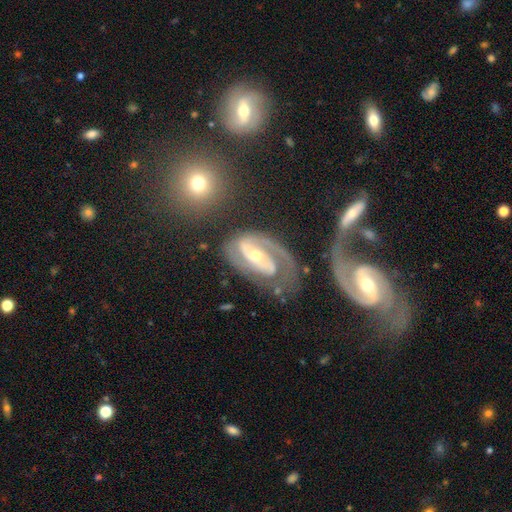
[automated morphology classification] smooth_or_featured: featured or disk (p=0.88) [alt: smooth p=0.07]
disk_edge_on: no (p=0.97) [alt: yes p=0.03]
bar: no (p=0.41) [alt: weak p=0.35]
has_spiral_arms: yes (p=0.95) [alt: no p=0.05]
spiral_winding: tight (p=0.46) [alt: medium p=0.41]
spiral_arm_count: 2 (p=0.70) [alt: 1 p=0.15]
bulge_size: moderate (p=0.48) [tied with: small p=0.48]
merging: none (p=0.47) [alt: major disturbance p=0.21]